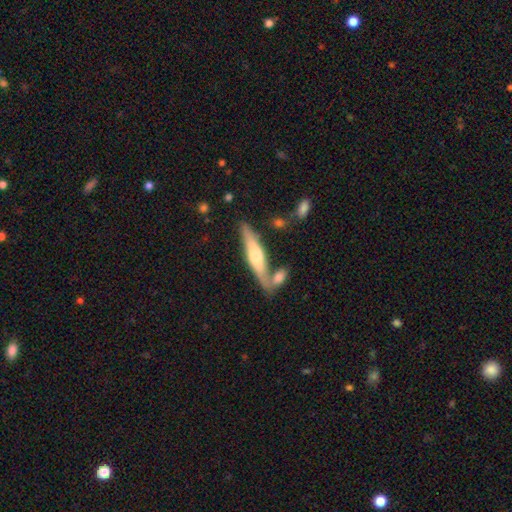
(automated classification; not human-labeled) The model was most divided on "smooth or featured": featured or disk: 55%, smooth: 39%, star or artifact: 6%. More confident: edge-on disk — yes (88%); merging — none (63%).